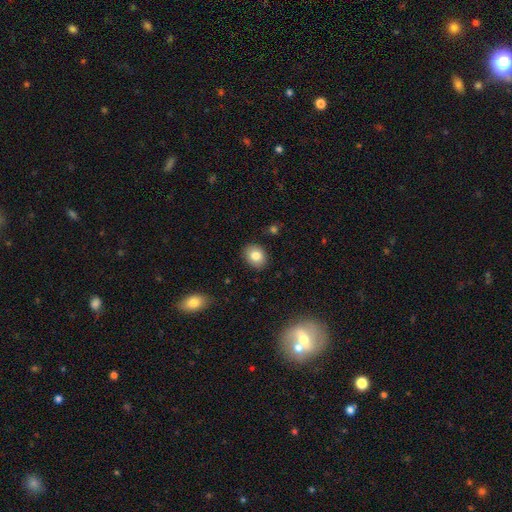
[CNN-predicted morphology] smooth_or_featured: smooth (p=0.82) [alt: star or artifact p=0.09]
how_rounded: in between (p=0.52) [alt: round p=0.47]
merging: none (p=0.88) [alt: minor disturbance p=0.08]